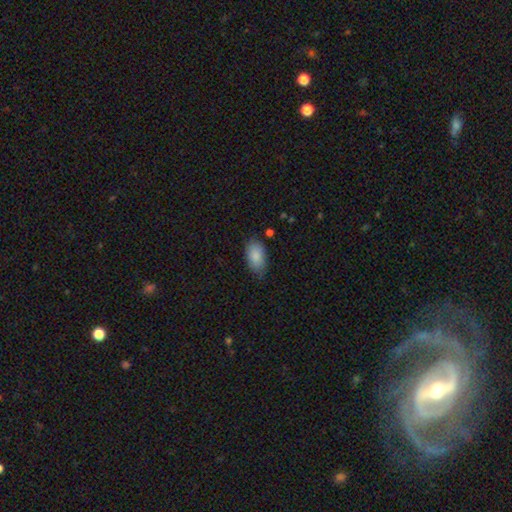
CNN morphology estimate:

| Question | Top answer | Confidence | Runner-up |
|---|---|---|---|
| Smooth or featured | smooth | 87% | star or artifact (6%) |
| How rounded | in between | 94% | round (4%) |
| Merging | none | 73% | minor disturbance (21%) |